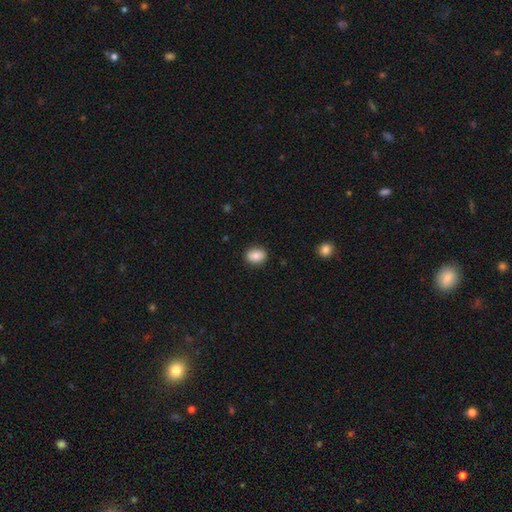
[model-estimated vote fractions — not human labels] Smooth or featured?
  - smooth: 86% *
  - star or artifact: 8%
  - featured or disk: 6%
How rounded?
  - in between: 55% *
  - round: 44%
  - cigar-shaped: 1%
Merging?
  - none: 89% *
  - minor disturbance: 8%
  - major disturbance: 2%
  - merger: 1%